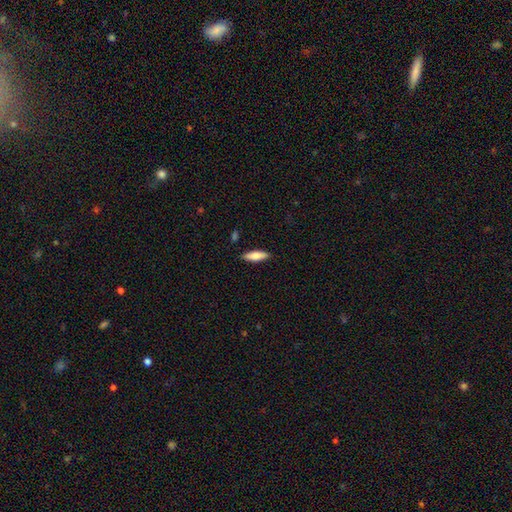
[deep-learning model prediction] smooth_or_featured: smooth (p=0.80) [alt: featured or disk p=0.14]
how_rounded: in between (p=0.50) [alt: cigar-shaped p=0.48]
merging: none (p=0.87) [alt: minor disturbance p=0.10]